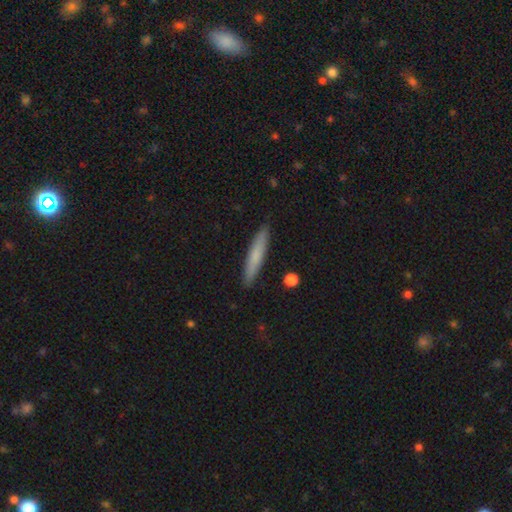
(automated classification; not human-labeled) Smooth or featured: smooth — 73% (featured or disk — 21%)
How rounded: cigar-shaped — 92% (in between — 6%)
Merging: none — 90% (minor disturbance — 7%)